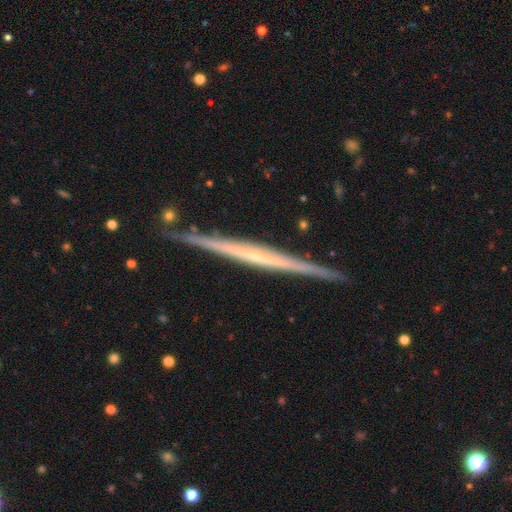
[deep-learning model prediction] Q: Smooth or featured?
A: featured or disk (80%); runner-up: smooth (15%)
Q: Edge-on disk?
A: yes (98%); runner-up: no (2%)
Q: Edge-on bulge?
A: none (65%); runner-up: rounded (29%)
Q: Merging?
A: none (89%); runner-up: minor disturbance (8%)